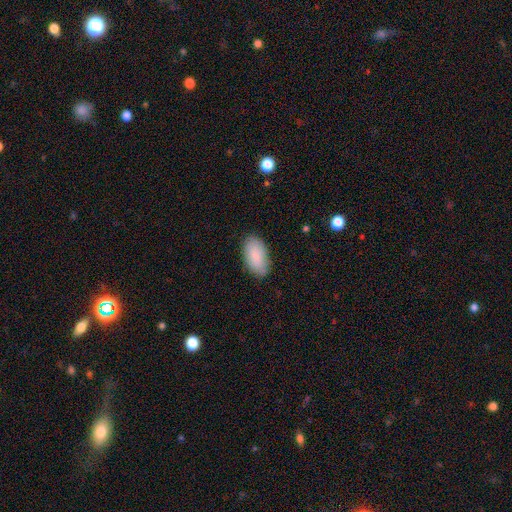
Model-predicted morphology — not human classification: smooth_or_featured: smooth (p=0.88) [alt: featured or disk p=0.07]
how_rounded: in between (p=0.95) [alt: round p=0.03]
merging: none (p=0.84) [alt: minor disturbance p=0.13]